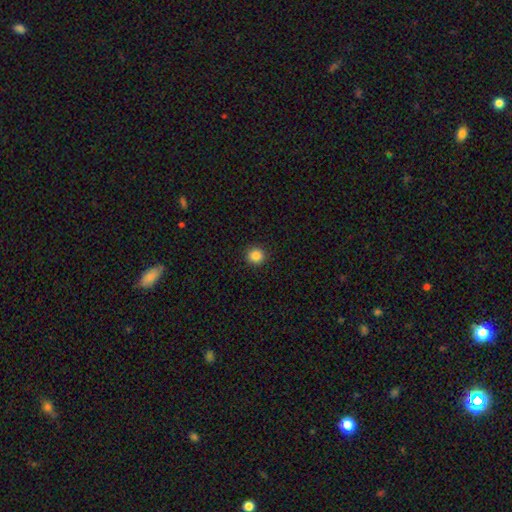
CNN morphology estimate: A smooth galaxy with no disk features (86%) that is round (92%).

Vote fractions:
- Smooth or featured? smooth: 86% / star or artifact: 11% / featured or disk: 3%
- How rounded? round: 92% / in between: 7% / cigar-shaped: 1%
- Merging? none: 92% / minor disturbance: 5% / major disturbance: 2% / merger: 1%